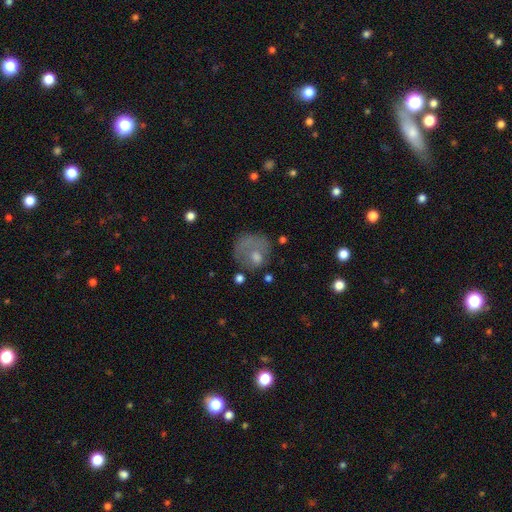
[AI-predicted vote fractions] This appears to be a smooth galaxy with no disk features (51%) that is round (71%). Merging: none (42%).